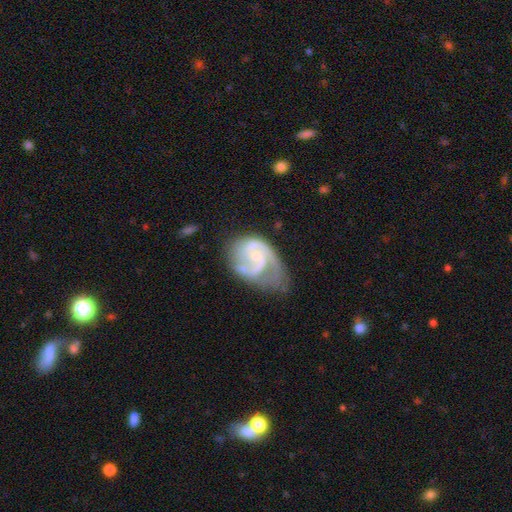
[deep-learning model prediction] Smooth or featured? featured or disk (81%)
Edge-on disk? no (98%)
Bar? no (55%)
Spiral arms? yes (91%)
Spiral winding? medium (47%)
Spiral arm count? 2 (52%)
Bulge size? small (52%)
Merging? none (36%)